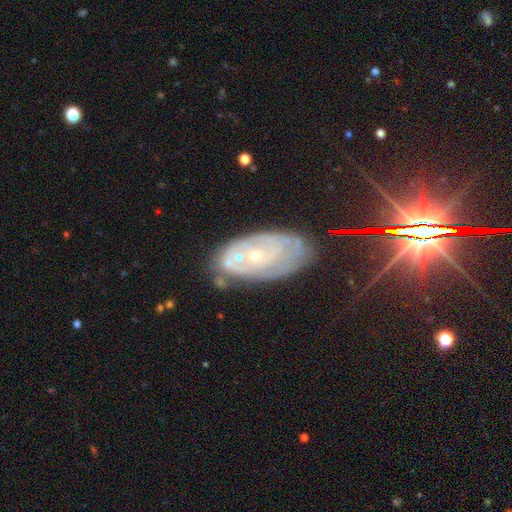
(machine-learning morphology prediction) This appears to be a featured or disk galaxy (72%) with no bar (79%), spiral arms (74%) and a small central bulge (77%). Merging: none (64%).